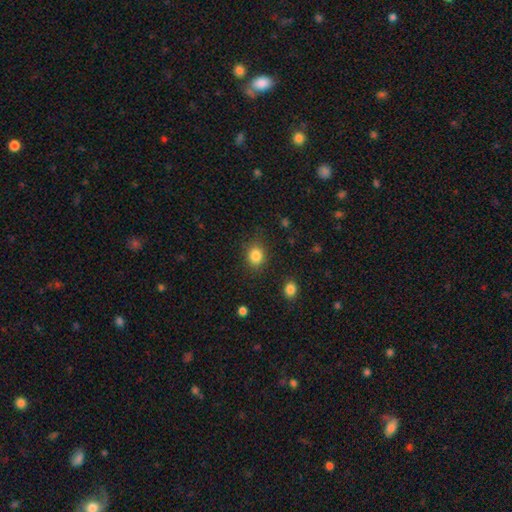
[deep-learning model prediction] This appears to be a smooth galaxy with no disk features (84%) that is round (68%). Merging: none (84%).